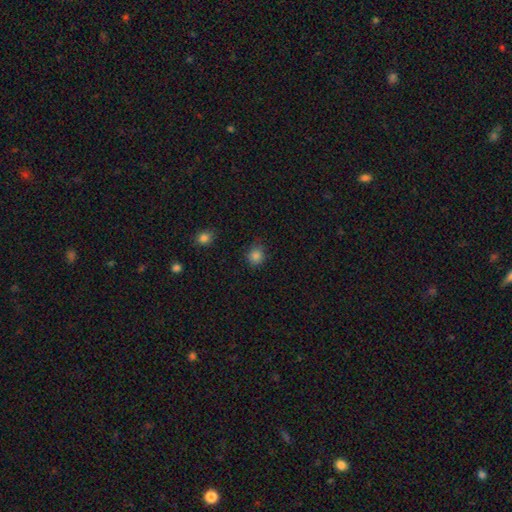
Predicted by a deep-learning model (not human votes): Smooth or featured?
  - smooth: 84% *
  - star or artifact: 12%
  - featured or disk: 4%
How rounded?
  - round: 83% *
  - in between: 16%
  - cigar-shaped: 1%
Merging?
  - none: 80% *
  - minor disturbance: 15%
  - major disturbance: 3%
  - merger: 2%